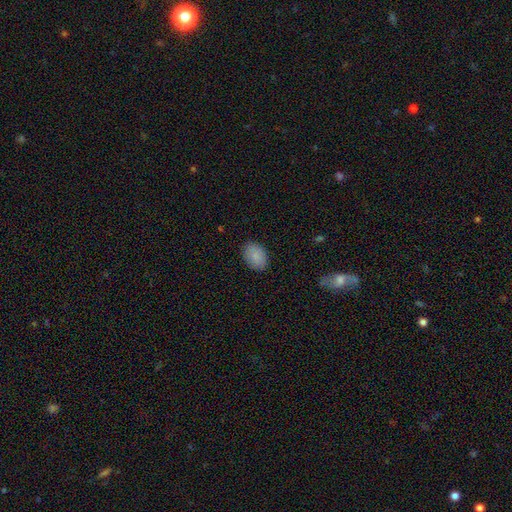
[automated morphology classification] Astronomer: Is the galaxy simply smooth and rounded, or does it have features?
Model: smooth — 89%.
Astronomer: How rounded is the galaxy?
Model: in between — 79%.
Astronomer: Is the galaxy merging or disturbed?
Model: none — 87%.